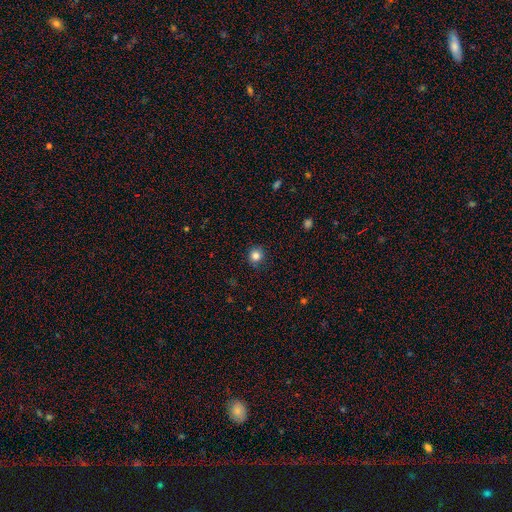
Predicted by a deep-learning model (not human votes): Morphology: type=smooth (84%); roundness=round (89%); merging=none (88%).